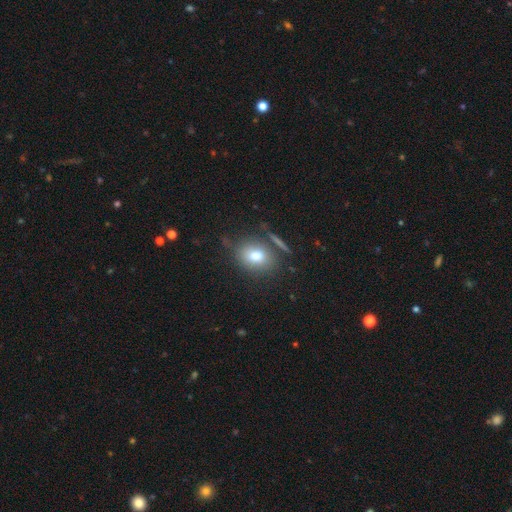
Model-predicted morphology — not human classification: Smooth or featured?
  - smooth: 76% *
  - featured or disk: 13%
  - star or artifact: 11%
How rounded?
  - round: 51% *
  - in between: 47%
  - cigar-shaped: 2%
Merging?
  - none: 72% *
  - minor disturbance: 14%
  - merger: 8%
  - major disturbance: 6%